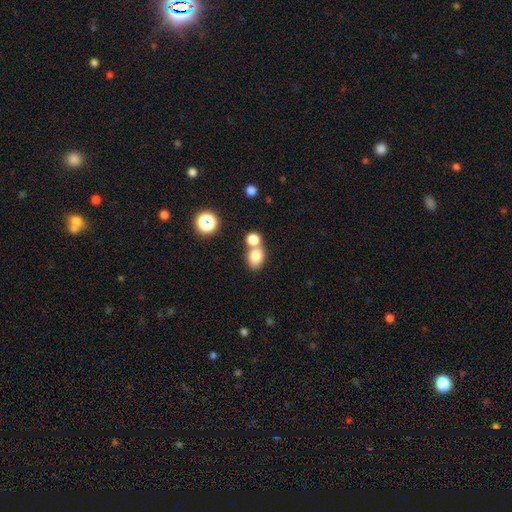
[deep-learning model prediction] A smooth galaxy with no disk features (80%) that is in between round and cigar-shaped (54%).

Vote fractions:
- Smooth or featured? smooth: 80% / star or artifact: 11% / featured or disk: 9%
- How rounded? in between: 54% / round: 44% / cigar-shaped: 1%
- Merging? merger: 44% (tied) / none: 44% (tied) / minor disturbance: 9% / major disturbance: 4%